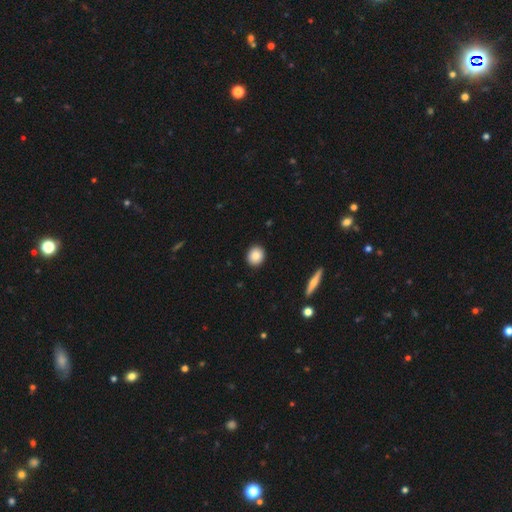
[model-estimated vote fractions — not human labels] Overall: smooth (85%). How rounded: round (81%). Merging: none (92%).